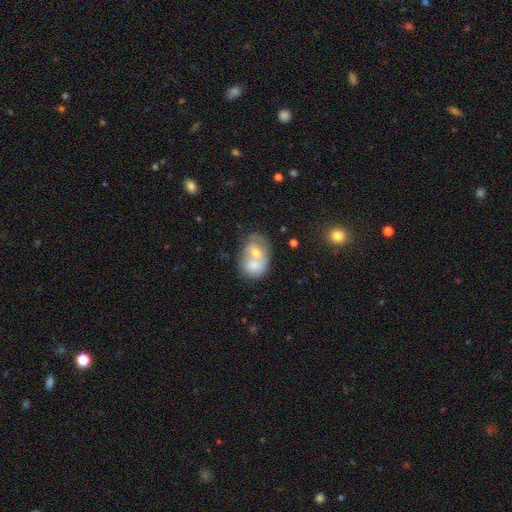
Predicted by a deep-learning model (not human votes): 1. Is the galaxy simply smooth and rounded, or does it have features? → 52% smooth, 41% featured or disk, 7% star or artifact.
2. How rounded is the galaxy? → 61% in between, 38% round, 1% cigar-shaped.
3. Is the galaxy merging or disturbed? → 71% merger, 17% none, 8% minor disturbance, 5% major disturbance.